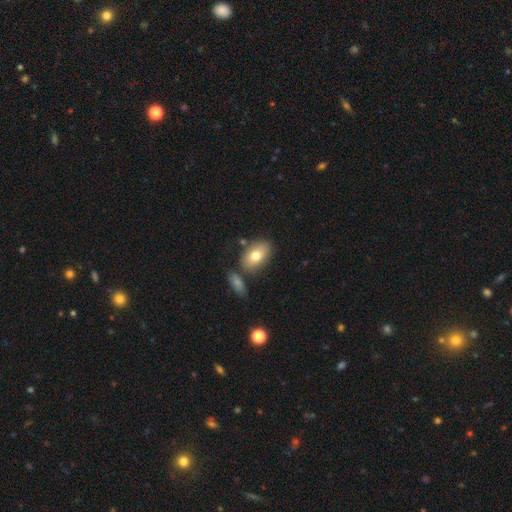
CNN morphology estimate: This is likely a smooth galaxy (74%). How rounded: clearly in between (88%). Merging: likely none (71%).